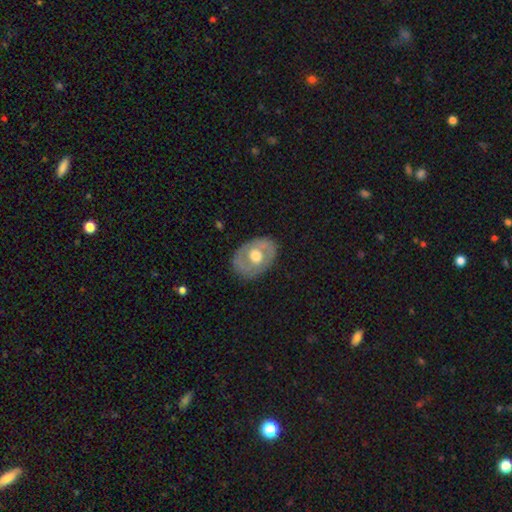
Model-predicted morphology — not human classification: Smooth or featured: featured or disk — 53% (smooth — 41%)
Edge-on disk: no — 93% (yes — 7%)
Merging: none — 78% (minor disturbance — 16%)